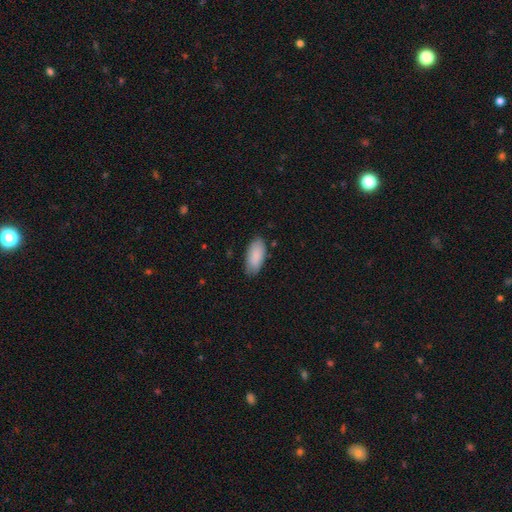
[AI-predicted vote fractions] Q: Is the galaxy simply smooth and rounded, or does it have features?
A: smooth — 89%.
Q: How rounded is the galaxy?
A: in between — 91%.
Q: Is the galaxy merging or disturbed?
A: none — 82%.